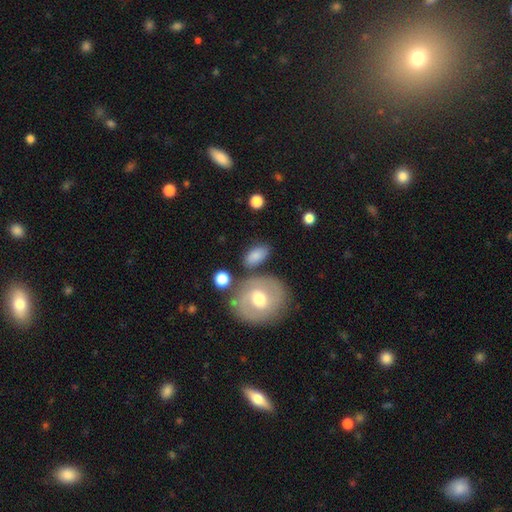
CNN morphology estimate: Smooth or featured?
  - smooth: 77% *
  - featured or disk: 16%
  - star or artifact: 7%
How rounded?
  - in between: 88% *
  - round: 9%
  - cigar-shaped: 3%
Merging?
  - none: 72% *
  - minor disturbance: 15%
  - merger: 8%
  - major disturbance: 5%